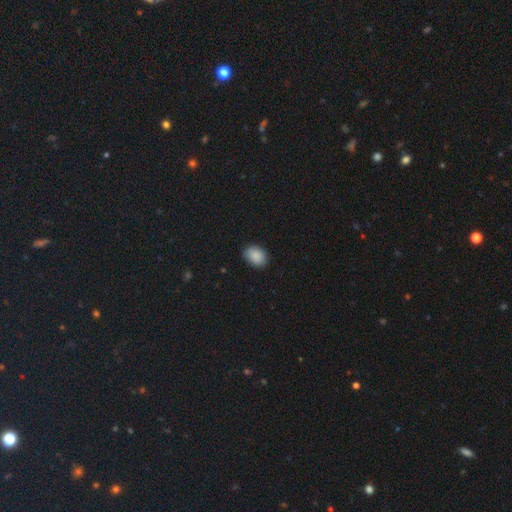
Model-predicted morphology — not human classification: A smooth galaxy with no disk features (89%) that is in between round and cigar-shaped (73%).

Vote fractions:
- Smooth or featured? smooth: 89% / star or artifact: 7% / featured or disk: 4%
- How rounded? in between: 73% / round: 26% / cigar-shaped: 1%
- Merging? none: 84% / minor disturbance: 13% / major disturbance: 2% / merger: 1%